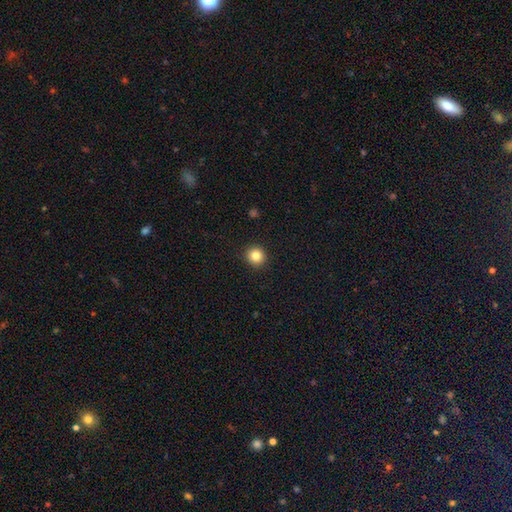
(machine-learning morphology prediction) A smooth galaxy with no disk features (84%) that is round (92%).

Vote fractions:
- Smooth or featured? smooth: 84% / star or artifact: 11% / featured or disk: 6%
- How rounded? round: 92% / in between: 7% / cigar-shaped: 1%
- Merging? none: 92% / minor disturbance: 5% / major disturbance: 2% / merger: 1%